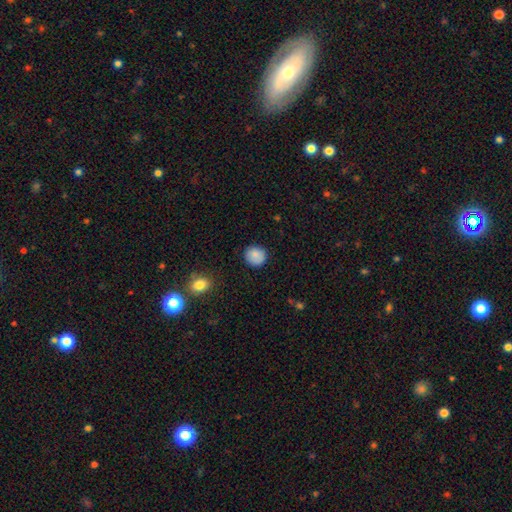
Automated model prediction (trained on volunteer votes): smooth_or_featured: smooth (p=0.85) [alt: star or artifact p=0.08]
how_rounded: round (p=0.88) [alt: in between p=0.11]
merging: none (p=0.85) [alt: minor disturbance p=0.11]